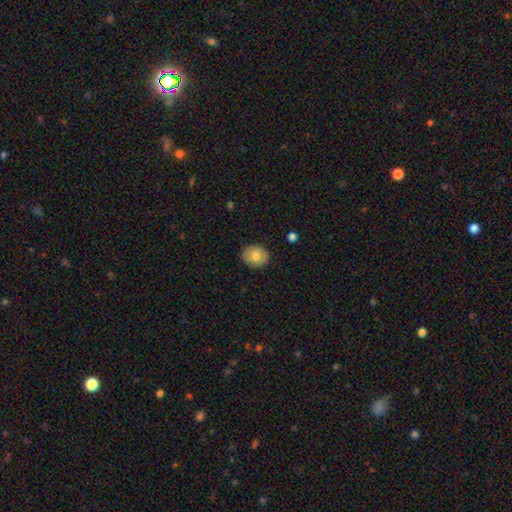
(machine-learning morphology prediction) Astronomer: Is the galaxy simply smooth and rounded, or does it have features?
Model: smooth — 76%.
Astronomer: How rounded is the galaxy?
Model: round — 58% (runner-up: in between, 41%).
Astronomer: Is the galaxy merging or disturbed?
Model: none — 88%.